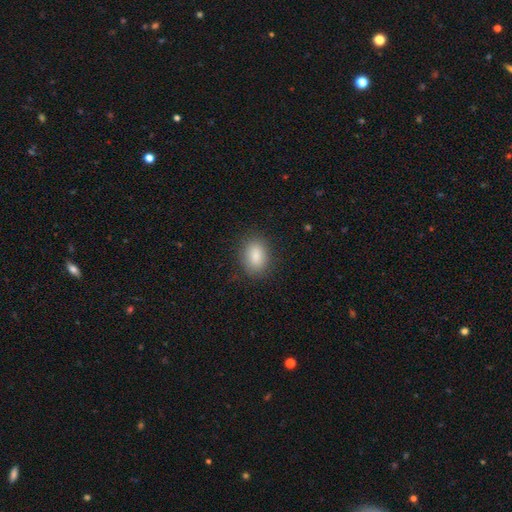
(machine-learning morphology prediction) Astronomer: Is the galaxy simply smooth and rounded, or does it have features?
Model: smooth — 87%.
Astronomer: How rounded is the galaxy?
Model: in between — 74%.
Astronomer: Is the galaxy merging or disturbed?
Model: none — 84%.